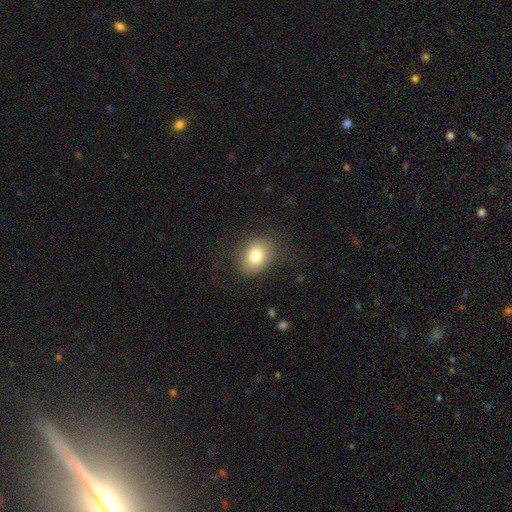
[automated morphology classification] smooth 79%, featured or disk 11%, star or artifact 10%. Down the decision tree: how rounded — in between (60%); merging — none (82%).